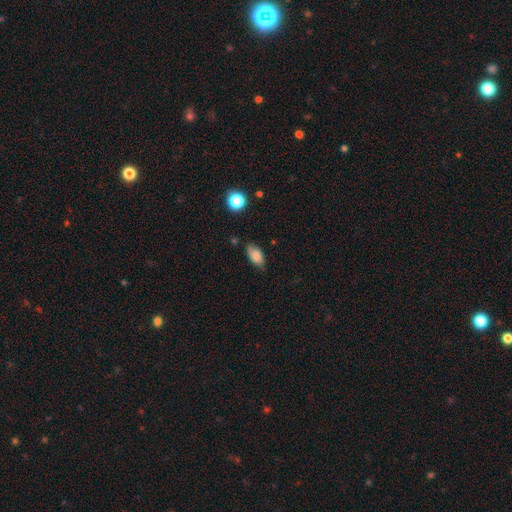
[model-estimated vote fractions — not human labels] This is clearly a smooth galaxy (82%). How rounded: clearly in between (90%). Merging: likely none (70%).